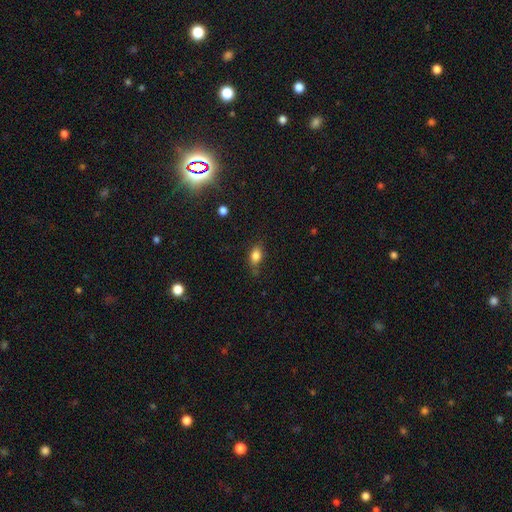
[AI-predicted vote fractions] The model was most divided on "merging": none: 70%, minor disturbance: 23%, major disturbance: 6%, merger: 2%. More confident: smooth or featured — smooth (82%); how rounded — in between (79%).